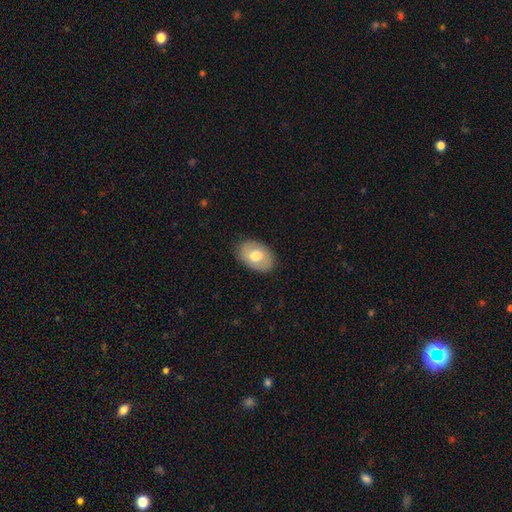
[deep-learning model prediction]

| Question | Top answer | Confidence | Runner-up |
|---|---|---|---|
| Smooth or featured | smooth | 64% | featured or disk (30%) |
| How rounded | in between | 85% | round (14%) |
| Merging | none | 84% | minor disturbance (11%) |